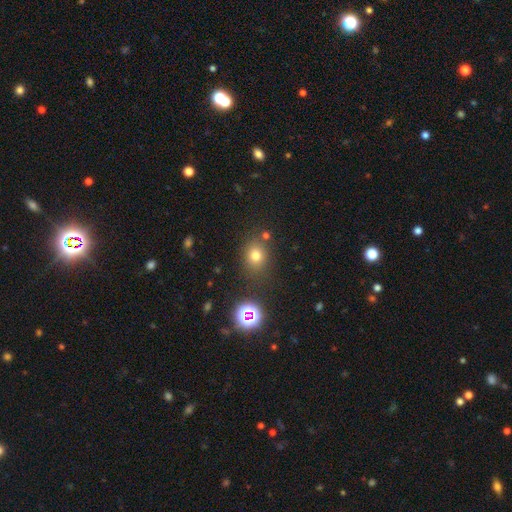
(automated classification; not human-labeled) This appears to be a smooth galaxy with no disk features (73%) that is round (64%). Merging: none (76%).